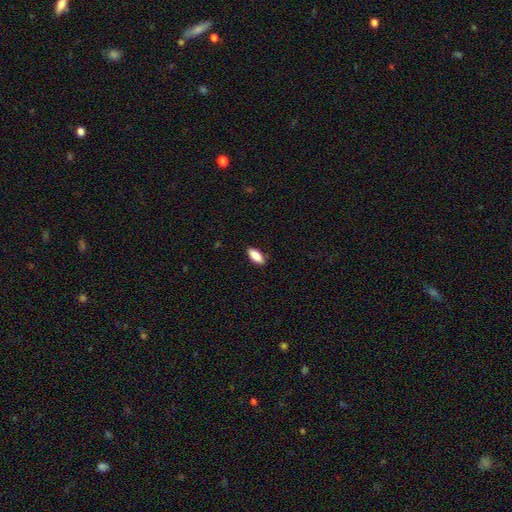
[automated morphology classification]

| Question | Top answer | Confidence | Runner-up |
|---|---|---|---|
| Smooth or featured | smooth | 87% | star or artifact (6%) |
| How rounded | in between | 85% | cigar-shaped (13%) |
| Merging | none | 85% | minor disturbance (12%) |